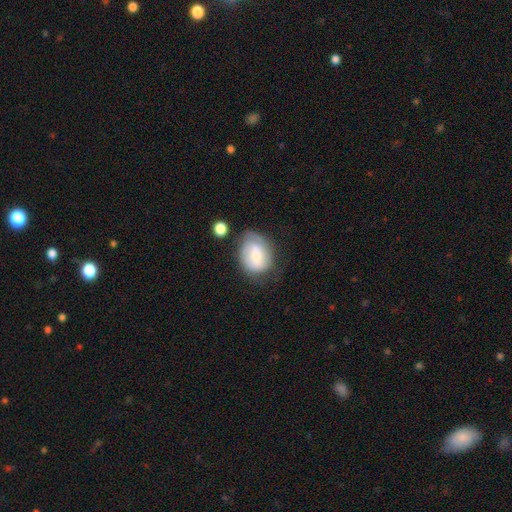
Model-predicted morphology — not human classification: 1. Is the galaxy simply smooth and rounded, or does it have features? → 65% smooth, 27% featured or disk, 8% star or artifact.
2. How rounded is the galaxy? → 60% in between, 39% round, 1% cigar-shaped.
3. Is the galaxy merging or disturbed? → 47% none, 30% minor disturbance, 14% major disturbance, 9% merger.